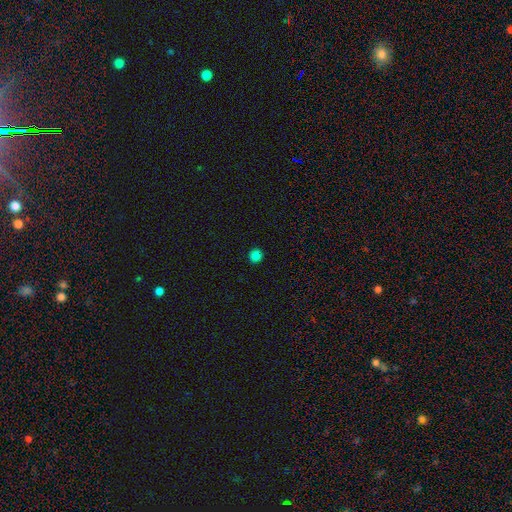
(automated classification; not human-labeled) Smooth or featured: smooth — 84% (star or artifact — 13%)
How rounded: round — 91% (in between — 8%)
Merging: none — 93% (minor disturbance — 5%)